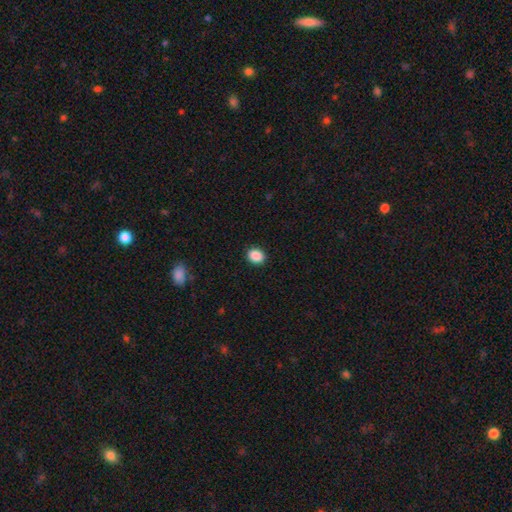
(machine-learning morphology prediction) Overall: smooth (89%). How rounded: round (56%; in between 43%). Merging: none (90%).